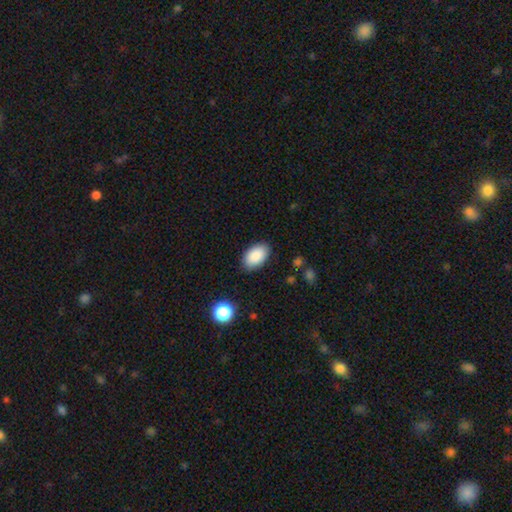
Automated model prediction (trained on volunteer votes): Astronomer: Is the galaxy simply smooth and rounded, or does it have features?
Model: smooth — 89%.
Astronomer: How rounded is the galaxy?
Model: in between — 94%.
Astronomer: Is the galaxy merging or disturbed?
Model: none — 87%.